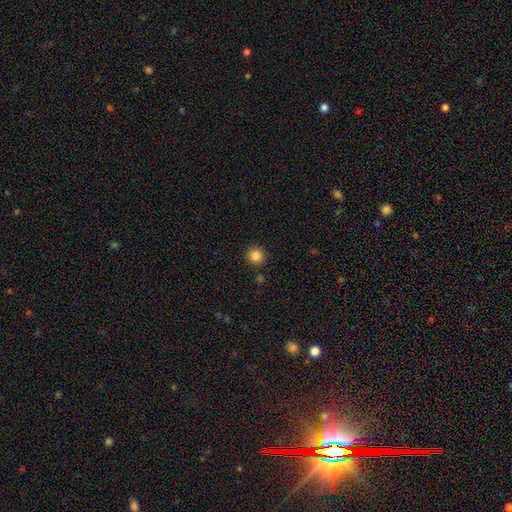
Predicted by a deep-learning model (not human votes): A smooth galaxy with no disk features (85%) that is round (93%).

Vote fractions:
- Smooth or featured? smooth: 85% / star or artifact: 11% / featured or disk: 4%
- How rounded? round: 93% / in between: 6% / cigar-shaped: 1%
- Merging? none: 90% / minor disturbance: 6% / merger: 2% / major disturbance: 2%